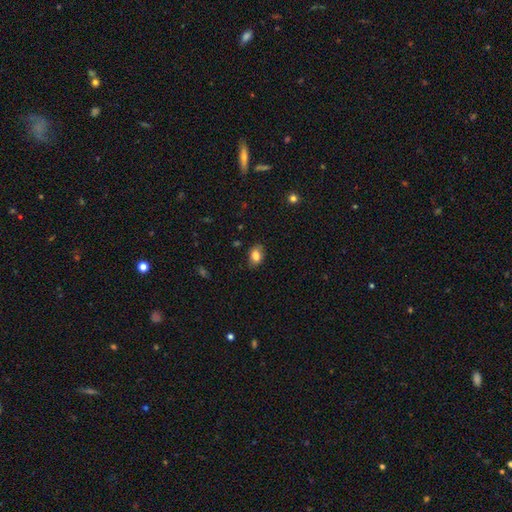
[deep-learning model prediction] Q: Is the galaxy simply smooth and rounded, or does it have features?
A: smooth — 83%.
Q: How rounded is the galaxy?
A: in between — 79%.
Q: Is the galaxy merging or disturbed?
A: none — 78%.